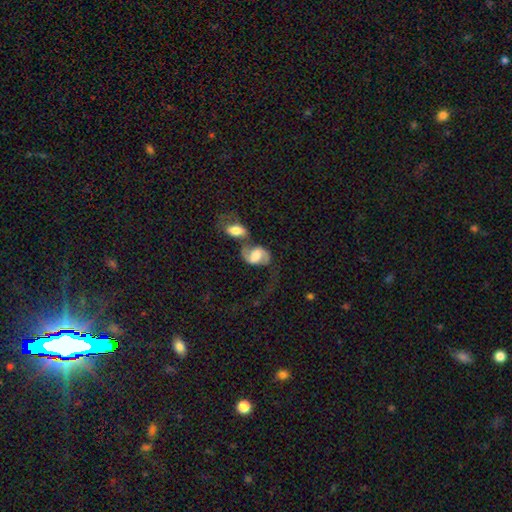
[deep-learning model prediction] A featured or disk galaxy (66%) with a weak bar (43%), 2 (86%) loose (56%) spiral arms (89%) and a large central bulge (36%).

Vote fractions:
- Smooth or featured? featured or disk: 66% / smooth: 27% / star or artifact: 7%
- Edge-on disk? no: 95% / yes: 5%
- Bar? weak: 43% / no: 29% / strong: 28%
- Spiral arms? yes: 89% / no: 11%
- Spiral winding? loose: 56% / medium: 34% / tight: 10%
- Spiral arm count? 2: 86% / 1: 6% / can't tell: 5% / 3: 1% / 4: 1% / more than 4: 1%
- Bulge size? large: 36% / moderate: 35% / small: 13% / none: 11% / dominant: 5%
- Merging? merger: 46% / none: 29% / major disturbance: 13% / minor disturbance: 12%